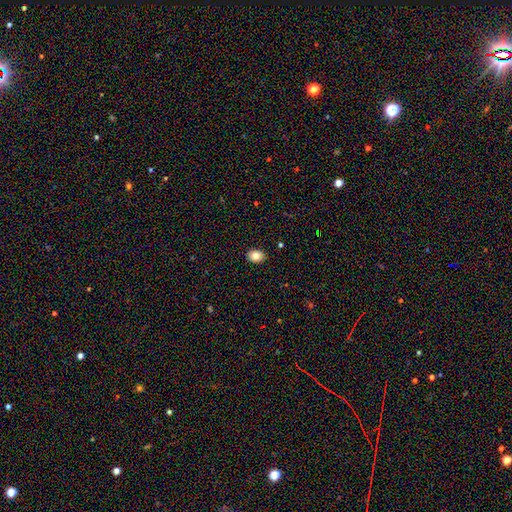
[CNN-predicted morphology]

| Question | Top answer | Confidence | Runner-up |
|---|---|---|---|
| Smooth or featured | smooth | 82% | featured or disk (9%) |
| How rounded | in between | 69% | round (30%) |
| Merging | none | 90% | minor disturbance (8%) |